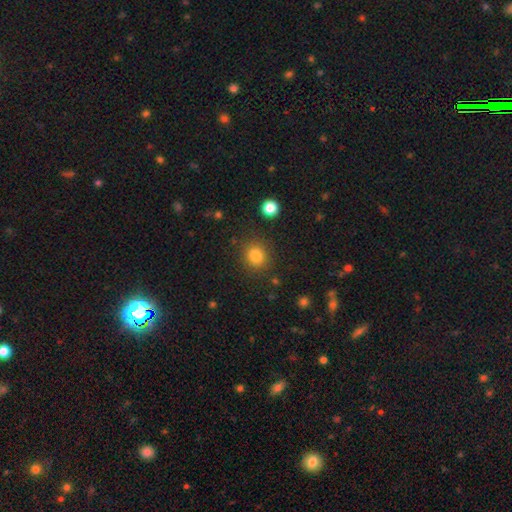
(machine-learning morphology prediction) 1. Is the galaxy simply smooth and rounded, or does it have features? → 83% smooth, 12% star or artifact, 5% featured or disk.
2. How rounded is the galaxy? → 85% round, 14% in between, 1% cigar-shaped.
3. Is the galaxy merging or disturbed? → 86% none, 8% minor disturbance, 3% major disturbance, 3% merger.